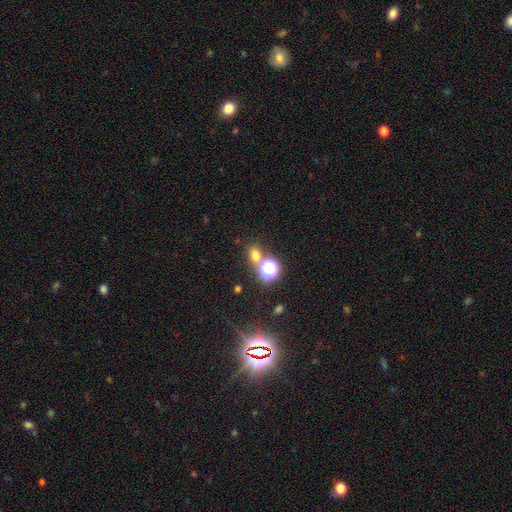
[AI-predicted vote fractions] A smooth galaxy with no disk features (63%) that is round (55%).

Vote fractions:
- Smooth or featured? smooth: 63% / star or artifact: 30% / featured or disk: 8%
- How rounded? round: 55% / in between: 43% / cigar-shaped: 2%
- Merging? none: 66% / merger: 20% / minor disturbance: 9% / major disturbance: 4%